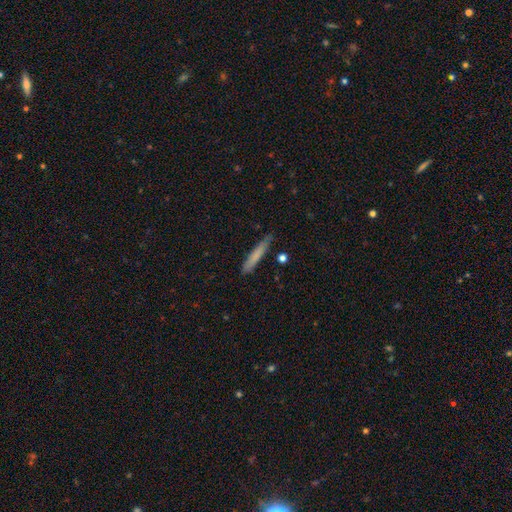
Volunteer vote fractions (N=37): Volunteers were most divided on "merging": none: 70%, minor disturbance: 24%, major disturbance: 3%, merger: 3%. More confident: how rounded — cigar-shaped (94%); smooth or featured — smooth (86%).